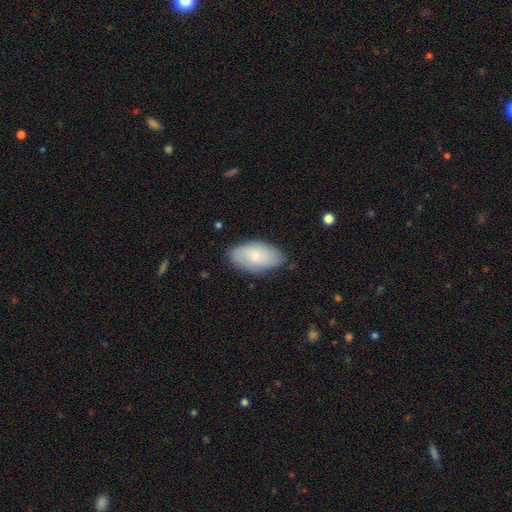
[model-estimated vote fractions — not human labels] A smooth galaxy with no disk features (62%) that is in between round and cigar-shaped (93%). Merging: none (78%).